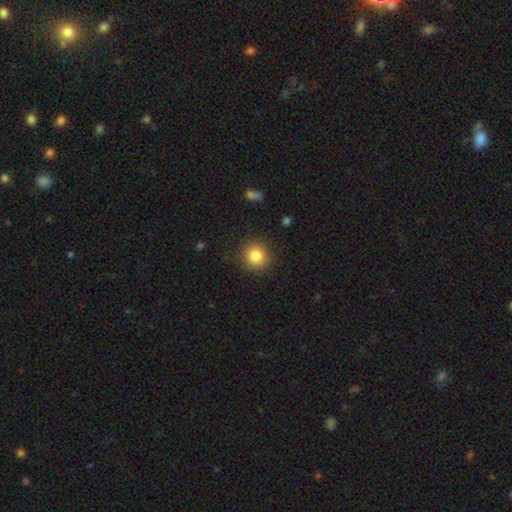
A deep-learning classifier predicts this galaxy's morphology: smooth_or_featured: smooth (p=0.83) [alt: star or artifact p=0.11]
how_rounded: round (p=0.91) [alt: in between p=0.08]
merging: none (p=0.89) [alt: minor disturbance p=0.07]